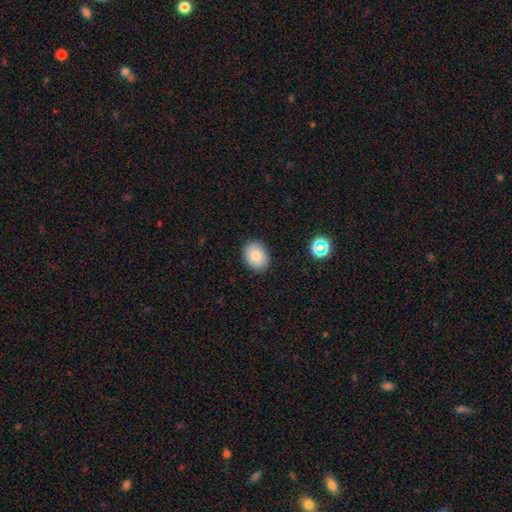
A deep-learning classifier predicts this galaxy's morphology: smooth 82%, star or artifact 9%, featured or disk 9%. Down the decision tree: how rounded — in between (68%); merging — none (88%).